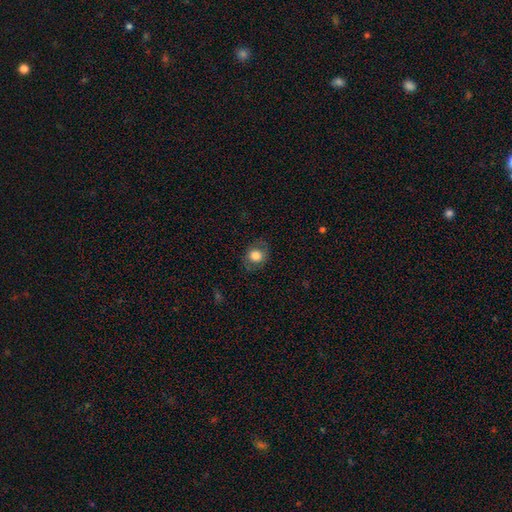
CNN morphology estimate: A smooth galaxy with no disk features (76%) that is round (69%).

Vote fractions:
- Smooth or featured? smooth: 76% / featured or disk: 15% / star or artifact: 9%
- How rounded? round: 69% / in between: 30% / cigar-shaped: 1%
- Merging? none: 80% / minor disturbance: 14% / major disturbance: 5% / merger: 1%